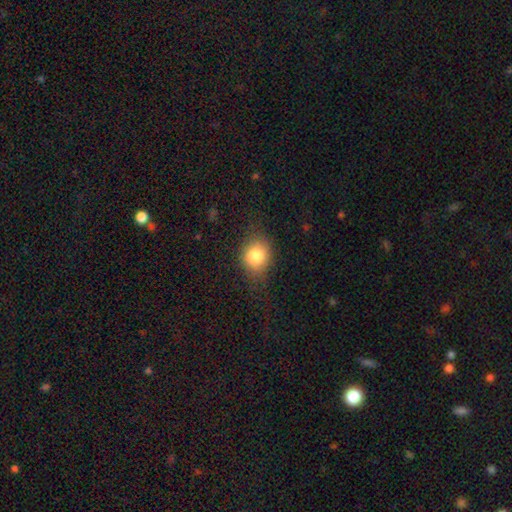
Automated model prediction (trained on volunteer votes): Overall: smooth (83%). How rounded: round (62%; in between 37%). Merging: none (74%).